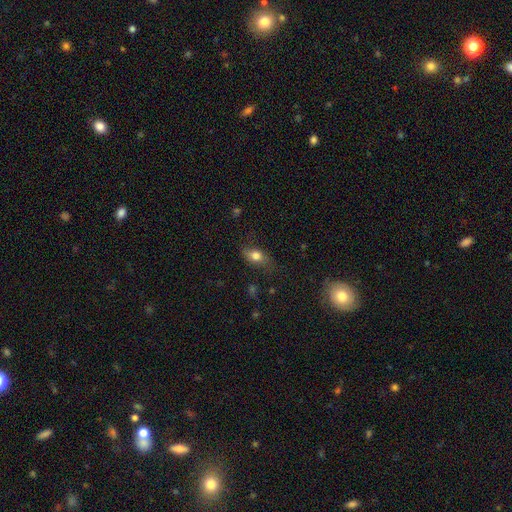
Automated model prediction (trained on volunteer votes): smooth 74%, featured or disk 17%, star or artifact 9%. Down the decision tree: how rounded — in between (79%); merging — none (65%).